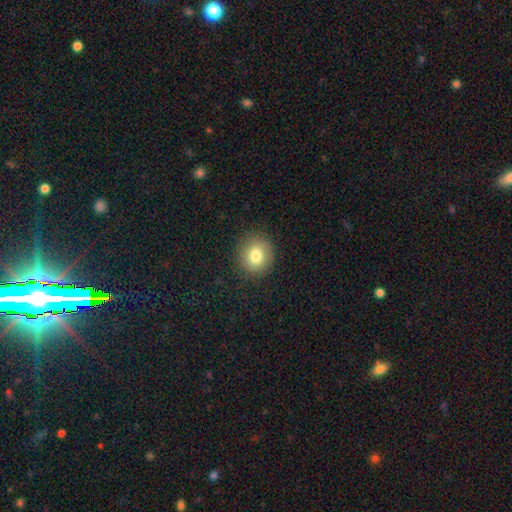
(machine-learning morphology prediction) smooth 80%, star or artifact 10%, featured or disk 10%. Down the decision tree: how rounded — round (84%); merging — none (87%).